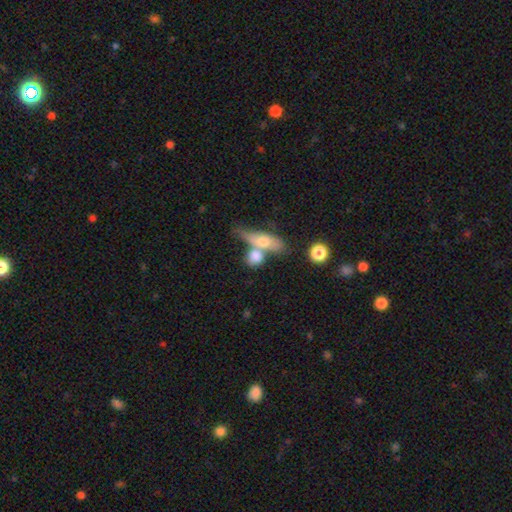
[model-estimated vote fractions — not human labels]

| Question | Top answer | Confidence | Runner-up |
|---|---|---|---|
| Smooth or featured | smooth | 70% | featured or disk (22%) |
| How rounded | in between | 50% | round (34%) |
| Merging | merger | 49% | none (34%) |